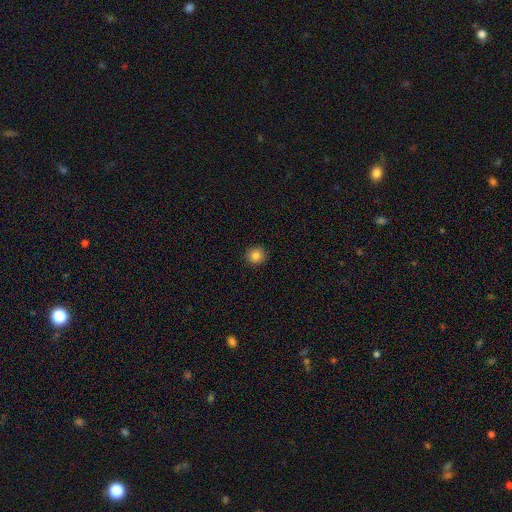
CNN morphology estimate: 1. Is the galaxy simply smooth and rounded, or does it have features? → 82% smooth, 11% star or artifact, 7% featured or disk.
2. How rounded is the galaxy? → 92% round, 7% in between, 1% cigar-shaped.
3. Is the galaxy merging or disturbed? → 92% none, 5% minor disturbance, 2% major disturbance, 1% merger.